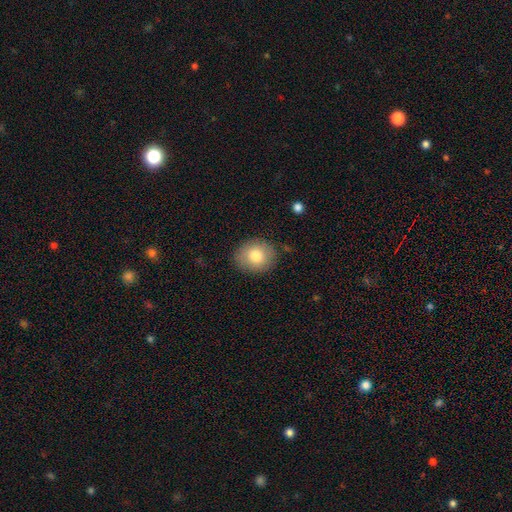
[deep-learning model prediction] Smooth or featured: smooth — 80% (featured or disk — 12%)
How rounded: round — 70% (in between — 29%)
Merging: none — 86% (minor disturbance — 10%)